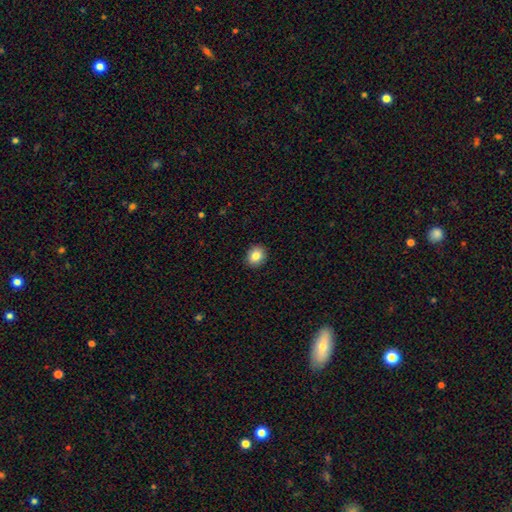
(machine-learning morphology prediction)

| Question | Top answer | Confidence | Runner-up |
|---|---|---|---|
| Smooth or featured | smooth | 84% | star or artifact (9%) |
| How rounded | round | 67% | in between (32%) |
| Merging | none | 91% | minor disturbance (6%) |